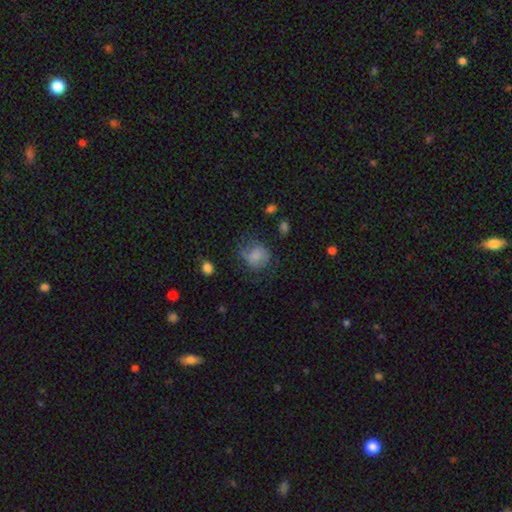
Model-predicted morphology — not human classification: Q: Smooth or featured?
A: smooth (65%); runner-up: featured or disk (25%)
Q: How rounded?
A: round (65%); runner-up: in between (34%)
Q: Merging?
A: none (43%); runner-up: minor disturbance (28%)